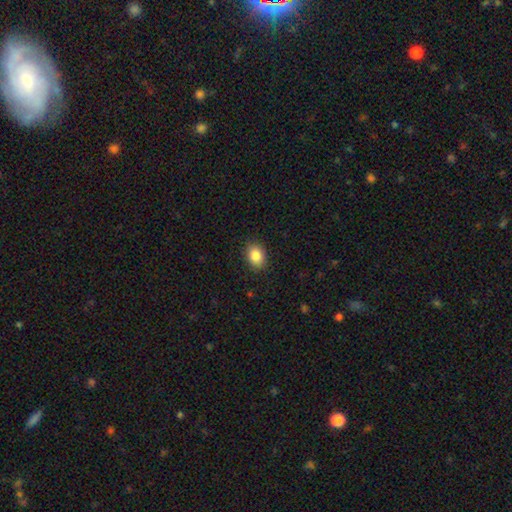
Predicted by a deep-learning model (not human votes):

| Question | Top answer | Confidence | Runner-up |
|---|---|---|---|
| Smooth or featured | smooth | 86% | star or artifact (8%) |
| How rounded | in between | 71% | round (27%) |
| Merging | none | 88% | minor disturbance (9%) |